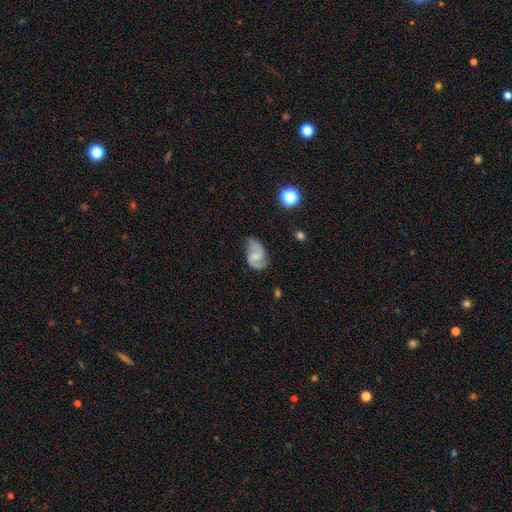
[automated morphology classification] Smooth or featured? Predicted: featured or disk (p=0.77). Edge-on disk? Predicted: no (p=0.98). Bar? Predicted: weak (p=0.48). Spiral arms? Predicted: yes (p=0.95). Spiral winding? Predicted: medium (p=0.50). Spiral arm count? Predicted: 2 (p=0.90). Bulge size? Predicted: small (p=0.52). Merging? Predicted: none (p=0.69).